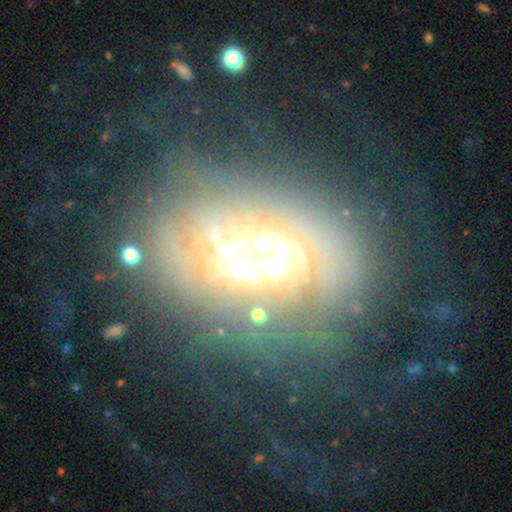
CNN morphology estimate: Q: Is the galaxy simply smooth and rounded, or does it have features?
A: featured or disk — 76%.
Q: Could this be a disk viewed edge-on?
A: no — 92%.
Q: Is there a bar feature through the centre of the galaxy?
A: no — 76%.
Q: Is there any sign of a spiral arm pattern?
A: yes — 75%.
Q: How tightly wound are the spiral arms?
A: tight — 66%.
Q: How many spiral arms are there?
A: can't tell — 44%.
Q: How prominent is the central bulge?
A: large — 51%.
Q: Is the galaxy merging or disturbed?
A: none — 60%.